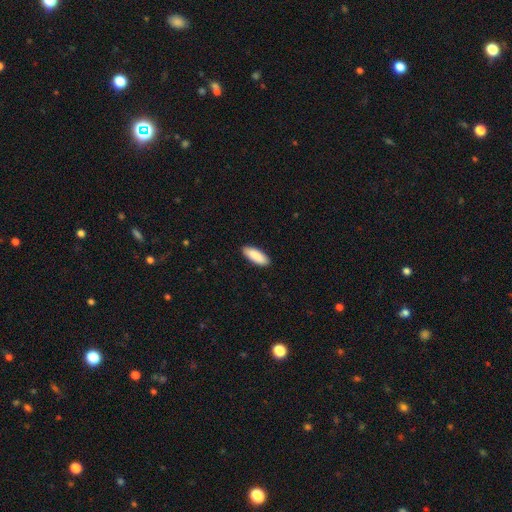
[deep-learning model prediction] A smooth galaxy with no disk features (91%) that is in between round and cigar-shaped (74%).

Vote fractions:
- Smooth or featured? smooth: 91% / star or artifact: 5% / featured or disk: 4%
- How rounded? in between: 74% / cigar-shaped: 25% / round: 2%
- Merging? none: 90% / minor disturbance: 7% / major disturbance: 1% / merger: 1%